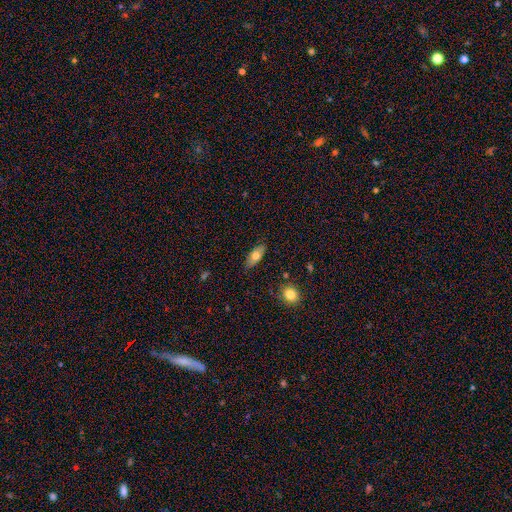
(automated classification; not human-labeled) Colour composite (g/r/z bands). It shows a smooth galaxy with no disk features (70%) that is in between round and cigar-shaped (78%). Merging: none (85%).